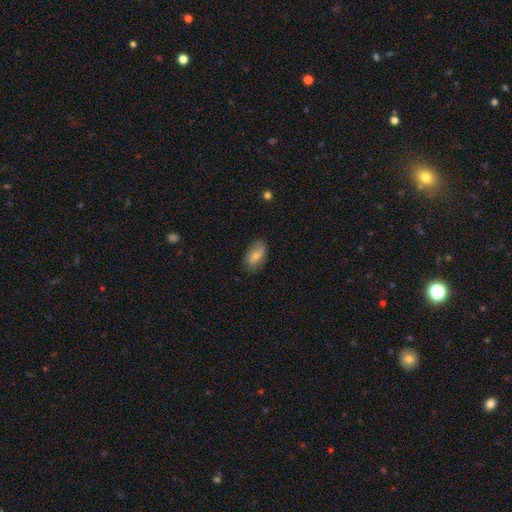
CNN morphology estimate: smooth_or_featured: smooth (p=0.67) [alt: featured or disk p=0.25]
how_rounded: in between (p=0.91) [alt: round p=0.06]
merging: none (p=0.73) [alt: minor disturbance p=0.21]